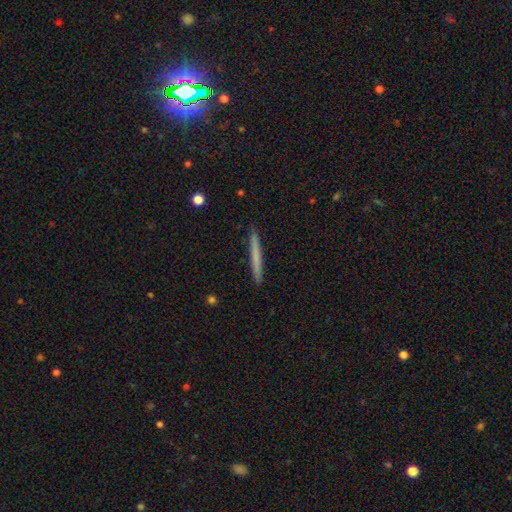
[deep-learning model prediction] Q: Smooth or featured?
A: smooth (64%); runner-up: featured or disk (30%)
Q: How rounded?
A: cigar-shaped (97%); runner-up: in between (2%)
Q: Merging?
A: none (92%); runner-up: minor disturbance (5%)